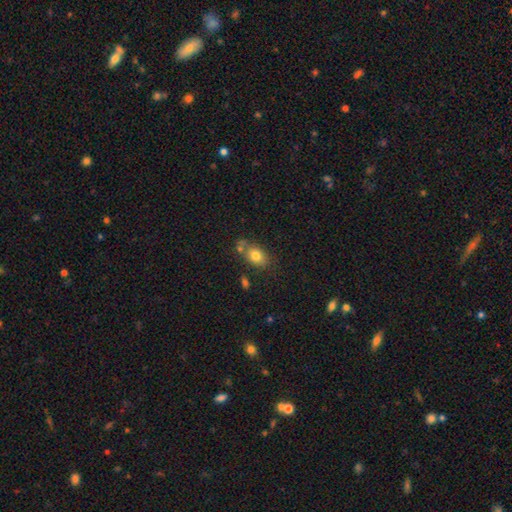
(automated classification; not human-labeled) This is likely a smooth galaxy (78%). How rounded: likely in between (76%). Merging: possibly none (59%).